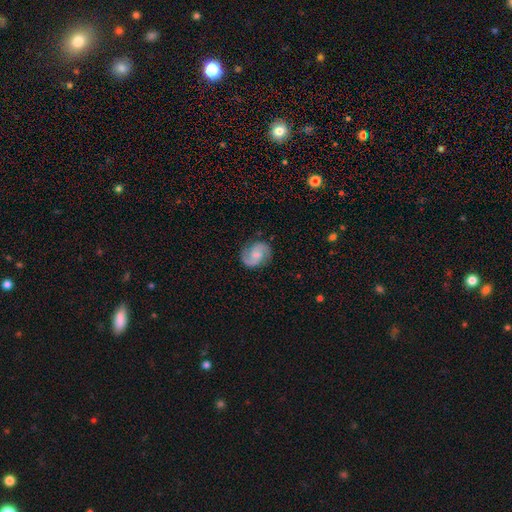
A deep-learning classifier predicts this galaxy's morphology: Smooth or featured: featured or disk — 85% (smooth — 10%)
Edge-on disk: no — 98% (yes — 2%)
Bar: no — 47% (weak — 45%)
Spiral arms: yes — 97% (no — 3%)
Spiral winding: medium — 56% (tight — 29%)
Spiral arm count: 2 — 93% (can't tell — 3%)
Bulge size: small — 41% (moderate — 37%)
Merging: none — 84% (minor disturbance — 12%)